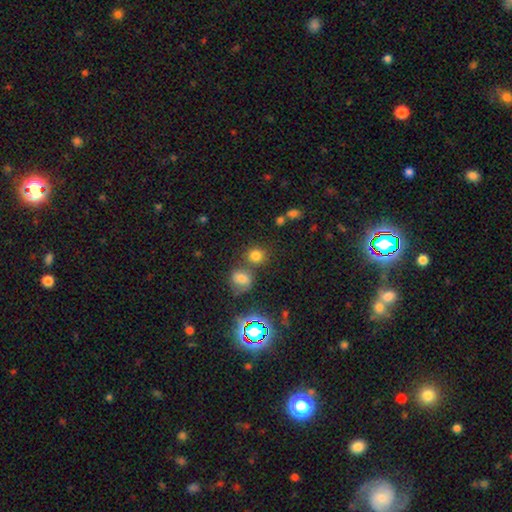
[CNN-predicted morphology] Smooth or featured? smooth (74%)
How rounded? round (82%)
Merging? none (66%)